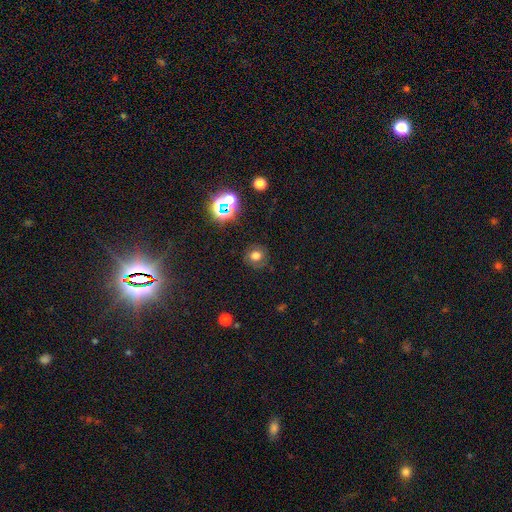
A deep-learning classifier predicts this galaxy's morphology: smooth 65%, star or artifact 22%, featured or disk 12%. Down the decision tree: how rounded — round (85%); merging — none (82%).